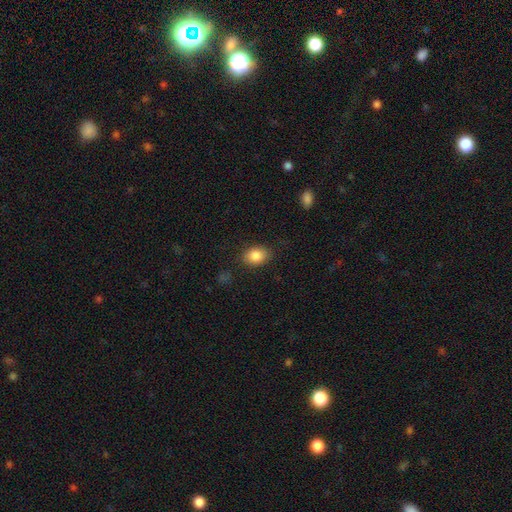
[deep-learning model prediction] smooth 85%, star or artifact 9%, featured or disk 7%. Down the decision tree: how rounded — in between (67%); merging — none (83%).